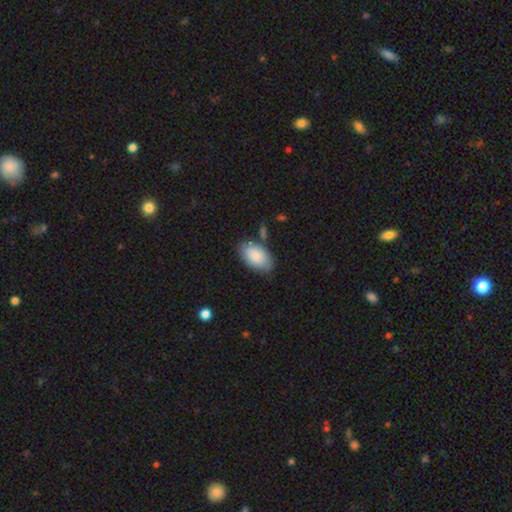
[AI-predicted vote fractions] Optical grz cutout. It shows a smooth galaxy with no disk features (86%) that is in between round and cigar-shaped (94%). Merging: none (76%).